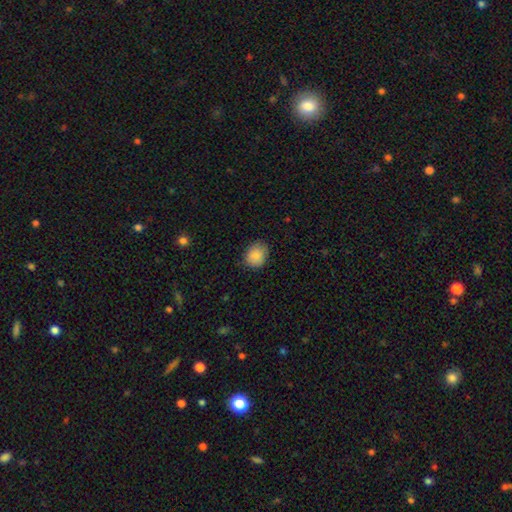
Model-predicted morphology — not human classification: Q: Smooth or featured?
A: smooth (85%); runner-up: star or artifact (8%)
Q: How rounded?
A: round (62%); runner-up: in between (37%)
Q: Merging?
A: none (81%); runner-up: minor disturbance (15%)